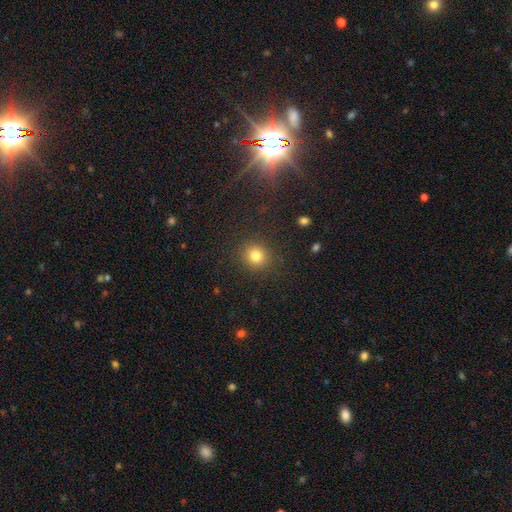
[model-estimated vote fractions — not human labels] smooth 81%, star or artifact 13%, featured or disk 6%. Down the decision tree: how rounded — round (89%); merging — none (89%).